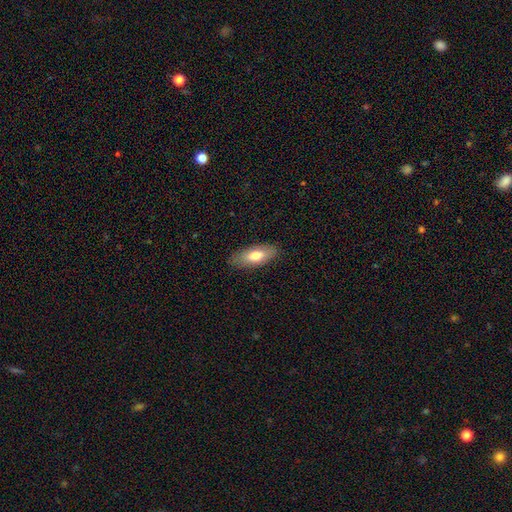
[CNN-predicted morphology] A smooth galaxy with no disk features (73%) that is in between round and cigar-shaped (77%). Merging: none (86%).